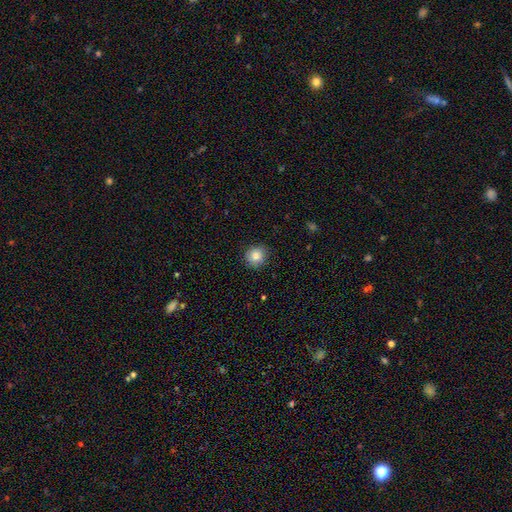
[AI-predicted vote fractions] Smooth or featured? smooth (84%)
How rounded? round (89%)
Merging? none (88%)